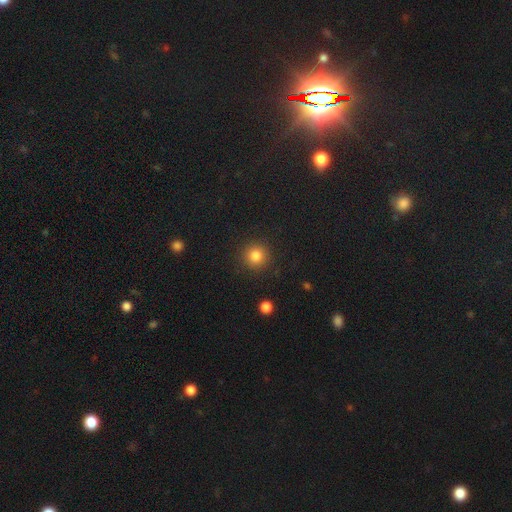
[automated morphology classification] Q: Smooth or featured?
A: smooth (83%); runner-up: star or artifact (11%)
Q: How rounded?
A: round (94%); runner-up: in between (5%)
Q: Merging?
A: none (90%); runner-up: minor disturbance (6%)